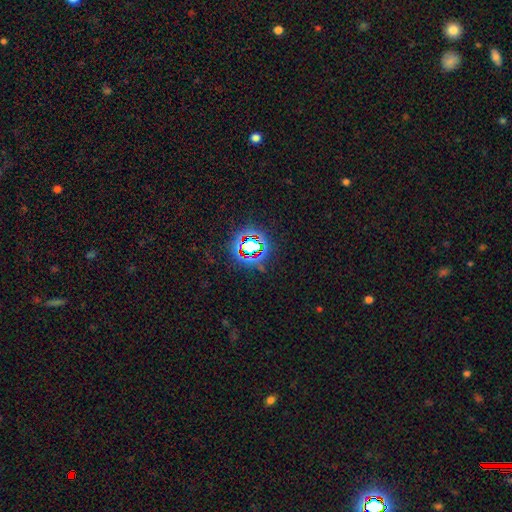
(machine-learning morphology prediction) This appears to be a star or artifact, not a galaxy (80%).